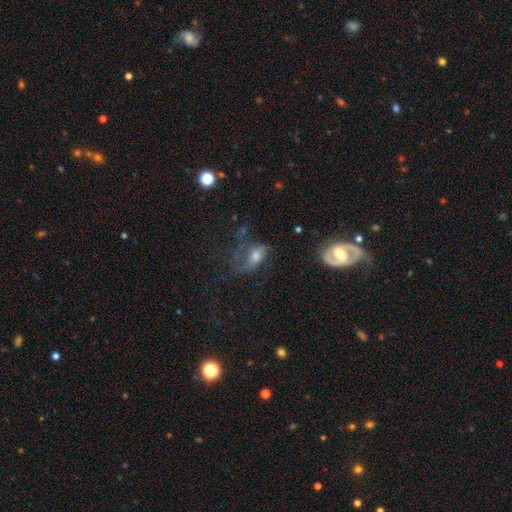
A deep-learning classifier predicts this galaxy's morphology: Smooth or featured? featured or disk (49%)
Merging? none (39%)